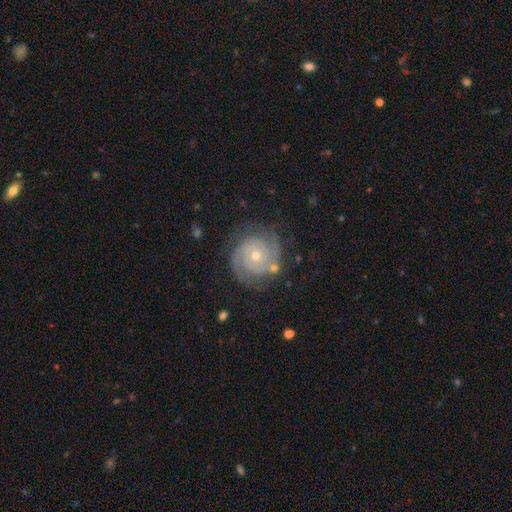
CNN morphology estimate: Smooth or featured?
  - featured or disk: 85% *
  - smooth: 8%
  - star or artifact: 6%
Edge-on disk?
  - no: 98% *
  - yes: 2%
Bar?
  - no: 78% *
  - weak: 17%
  - strong: 5%
Spiral arms?
  - yes: 97% *
  - no: 3%
Spiral winding?
  - tight: 76% *
  - medium: 20%
  - loose: 4%
Spiral arm count?
  - 2: 70% *
  - 3: 11%
  - can't tell: 10%
  - 4: 3%
  - 1: 3%
  - more than 4: 3%
Bulge size?
  - small: 56% *
  - moderate: 41%
  - large: 1%
  - none: 1%
  - dominant: 1%
Merging?
  - none: 80% *
  - minor disturbance: 13%
  - major disturbance: 5%
  - merger: 2%